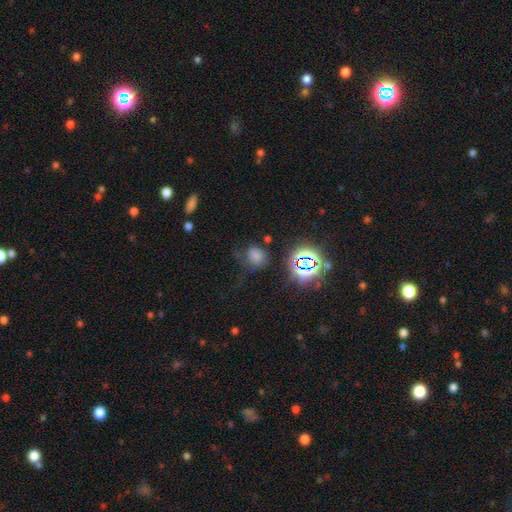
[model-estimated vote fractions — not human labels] Smooth or featured?
  - smooth: 61% *
  - star or artifact: 28%
  - featured or disk: 10%
How rounded?
  - round: 64% *
  - in between: 34%
  - cigar-shaped: 1%
Merging?
  - none: 54% *
  - minor disturbance: 23%
  - major disturbance: 19%
  - merger: 4%